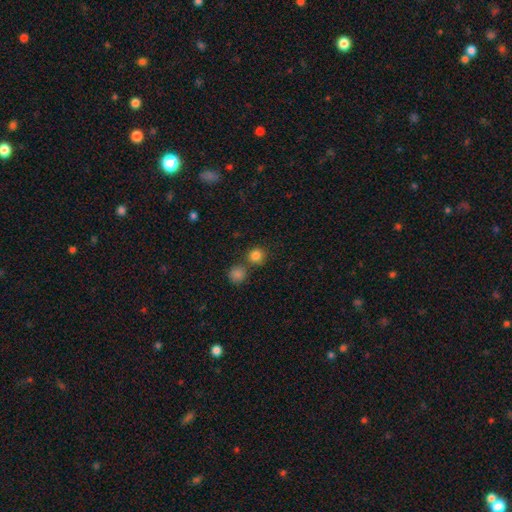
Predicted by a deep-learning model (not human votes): Smooth or featured?
  - smooth: 83% *
  - star or artifact: 12%
  - featured or disk: 5%
How rounded?
  - round: 90% *
  - in between: 9%
  - cigar-shaped: 1%
Merging?
  - none: 66% *
  - merger: 23%
  - minor disturbance: 8%
  - major disturbance: 3%